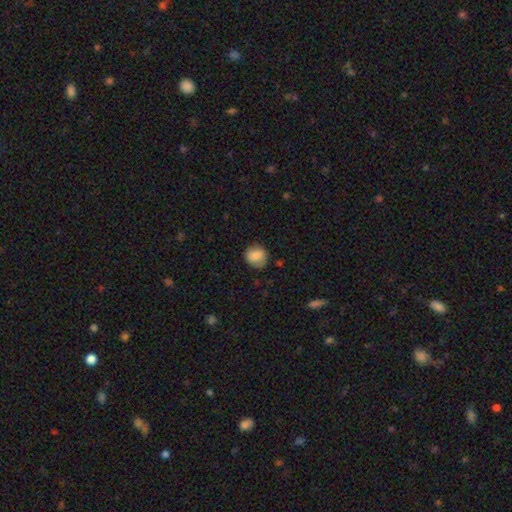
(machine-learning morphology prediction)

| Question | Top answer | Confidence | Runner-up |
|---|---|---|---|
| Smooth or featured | smooth | 85% | star or artifact (8%) |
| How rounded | round | 83% | in between (16%) |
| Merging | none | 78% | minor disturbance (17%) |